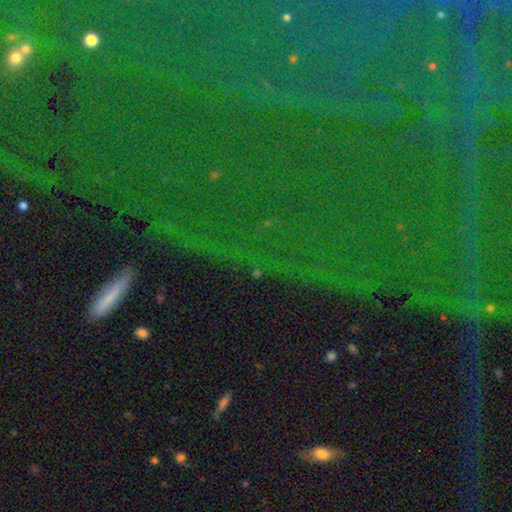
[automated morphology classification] A star or artifact, not a galaxy (77%).

Vote fractions:
- Smooth or featured? star or artifact: 77% / featured or disk: 12% / smooth: 11%